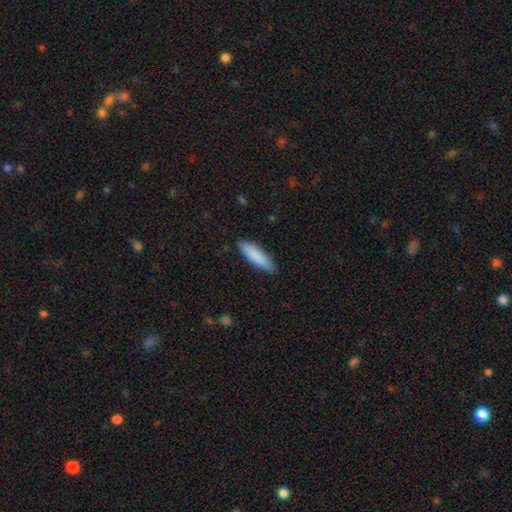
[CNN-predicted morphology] Q: Smooth or featured?
A: smooth (88%); runner-up: featured or disk (7%)
Q: How rounded?
A: cigar-shaped (58%); runner-up: in between (40%)
Q: Merging?
A: none (84%); runner-up: minor disturbance (13%)